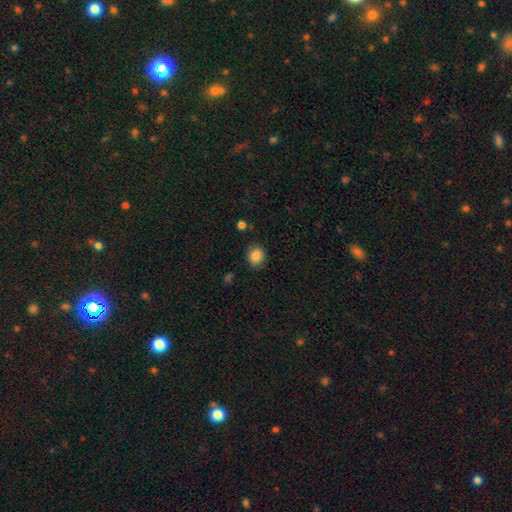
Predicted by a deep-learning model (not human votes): The model was most divided on "how rounded": round: 69%, in between: 31%, cigar-shaped: 1%. More confident: merging — none (86%); smooth or featured — smooth (85%).